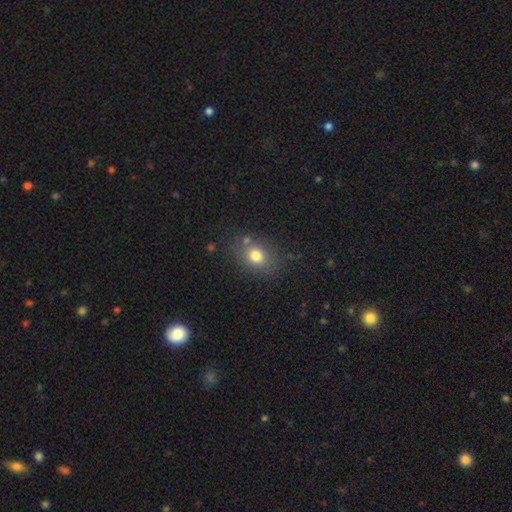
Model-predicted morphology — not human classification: Overall: smooth (76%). How rounded: in between (55%; round 44%). Merging: none (74%).